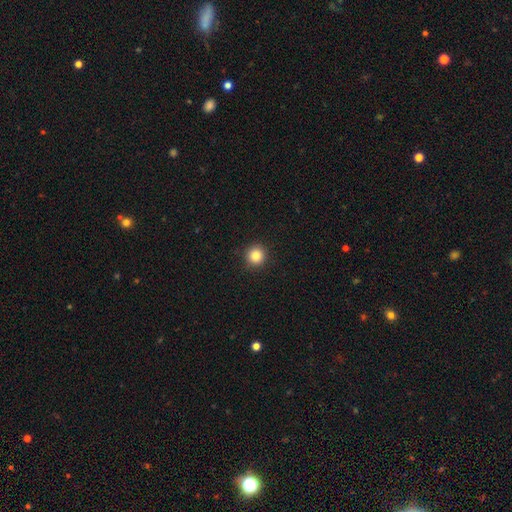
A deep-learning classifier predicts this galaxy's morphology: Q: Smooth or featured?
A: smooth (85%); runner-up: star or artifact (11%)
Q: How rounded?
A: round (94%); runner-up: in between (5%)
Q: Merging?
A: none (92%); runner-up: minor disturbance (5%)